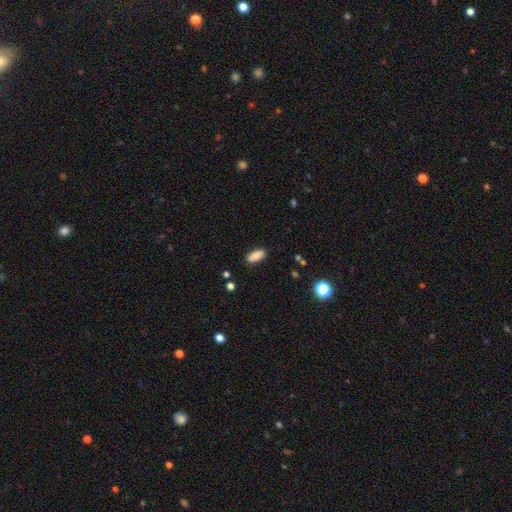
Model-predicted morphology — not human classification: The model was most divided on "smooth or featured": smooth: 76%, featured or disk: 16%, star or artifact: 8%. More confident: how rounded — in between (85%); merging — none (84%).